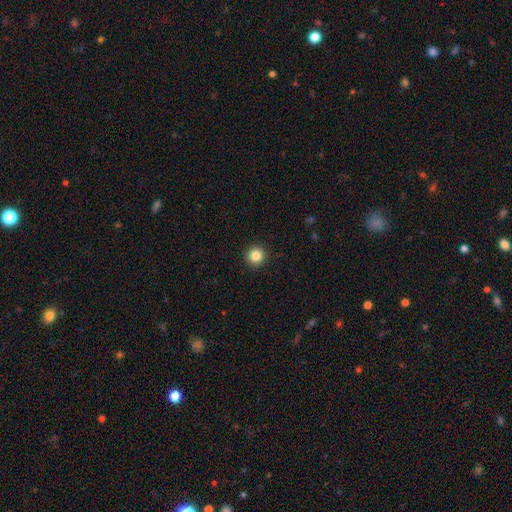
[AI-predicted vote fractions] Morphology: type=smooth (85%); roundness=round (94%); merging=none (93%).